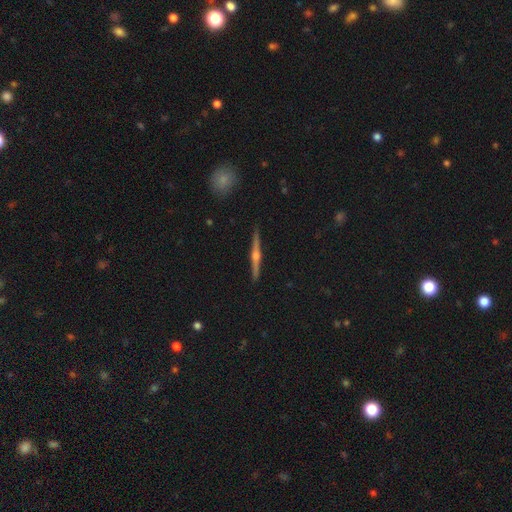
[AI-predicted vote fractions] A featured or disk galaxy (80%) viewed edge-on (99%) with a rounded central bulge (90%). Merging: none (92%).